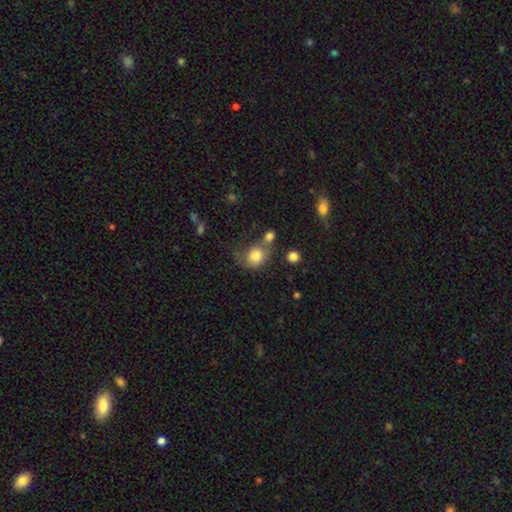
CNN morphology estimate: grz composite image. It shows a smooth galaxy with no disk features (82%) that is round (60%). Merging: none (39%).